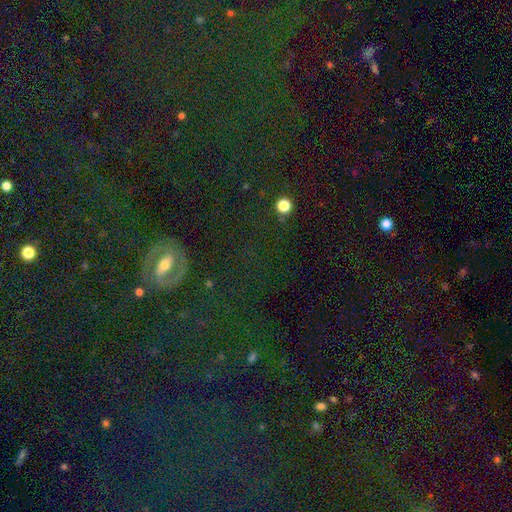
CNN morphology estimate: Smooth or featured? Predicted: star or artifact (p=0.53).